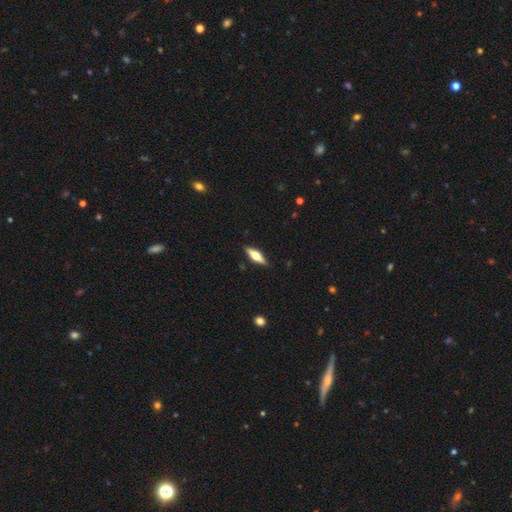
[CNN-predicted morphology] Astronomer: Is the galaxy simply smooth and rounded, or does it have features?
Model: featured or disk — 52% (runner-up: smooth, 42%).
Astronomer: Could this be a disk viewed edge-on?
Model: yes — 94%.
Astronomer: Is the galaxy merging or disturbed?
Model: none — 89%.